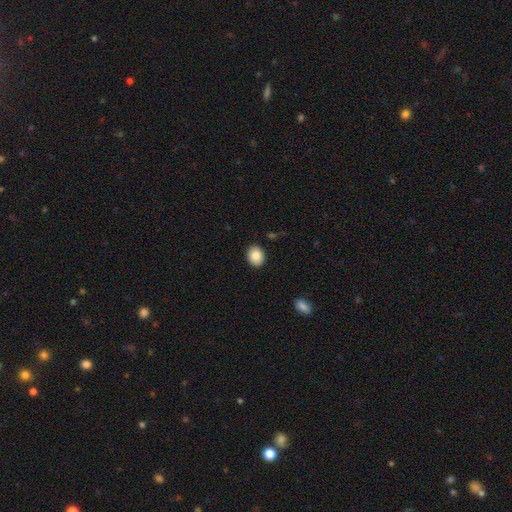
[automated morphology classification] This appears to be a smooth galaxy with no disk features (85%) that is round (56%). Merging: none (91%).